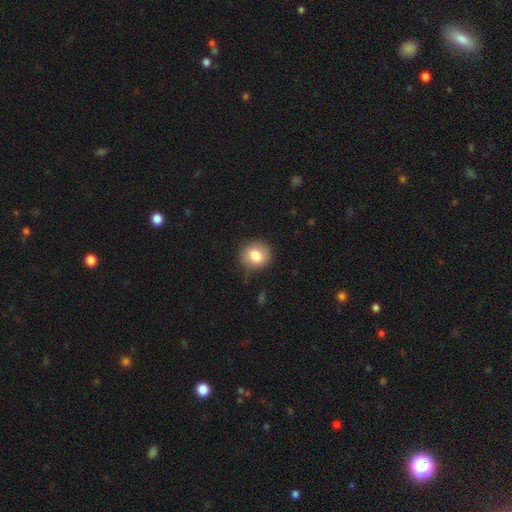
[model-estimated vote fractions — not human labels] Smooth or featured?
  - smooth: 81% *
  - featured or disk: 10%
  - star or artifact: 9%
How rounded?
  - round: 85% *
  - in between: 14%
  - cigar-shaped: 1%
Merging?
  - none: 80% *
  - minor disturbance: 15%
  - major disturbance: 4%
  - merger: 1%